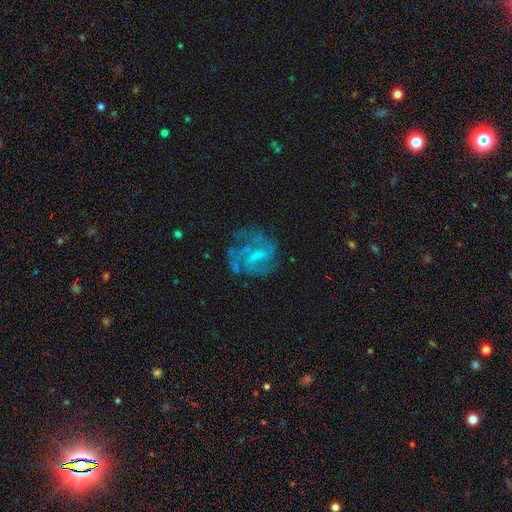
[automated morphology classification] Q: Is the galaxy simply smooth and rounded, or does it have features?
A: featured or disk — 71%.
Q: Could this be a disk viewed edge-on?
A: no — 97%.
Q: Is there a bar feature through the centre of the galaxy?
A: weak — 50%.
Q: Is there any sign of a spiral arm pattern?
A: yes — 70%.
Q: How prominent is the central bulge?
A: none — 42%.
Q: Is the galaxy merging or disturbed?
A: none — 50%.